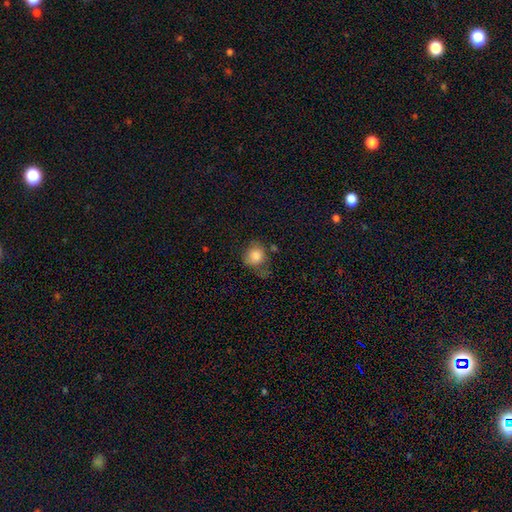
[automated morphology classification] smooth-or-featured: smooth: 81% | featured or disk: 10% | star or artifact: 9%
  how-rounded: round: 69% | in between: 30% | cigar-shaped: 1%
  merging: none: 45% | minor disturbance: 29% | major disturbance: 20% | merger: 7%